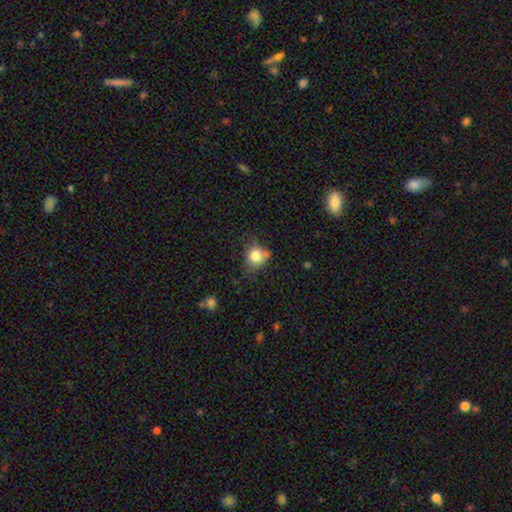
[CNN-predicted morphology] Smooth or featured? smooth (80%)
How rounded? round (73%)
Merging? none (58%)